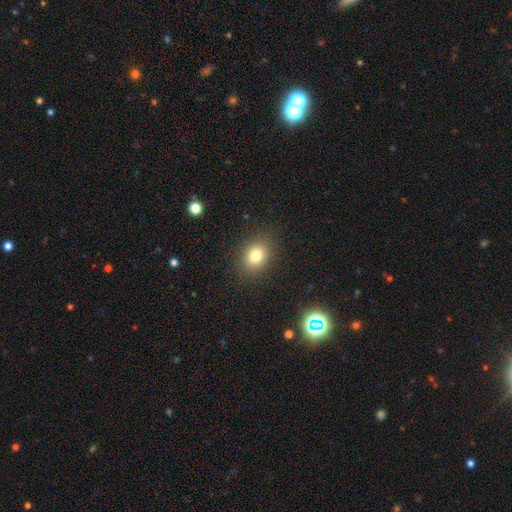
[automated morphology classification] smooth_or_featured: smooth (p=0.79) [alt: star or artifact p=0.12]
how_rounded: in between (p=0.56) [alt: round p=0.43]
merging: none (p=0.87) [alt: minor disturbance p=0.09]